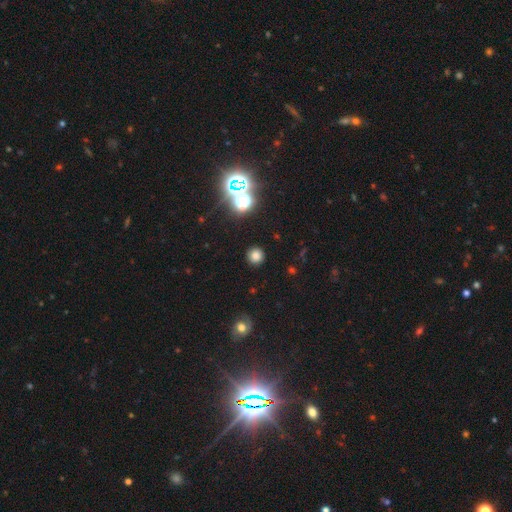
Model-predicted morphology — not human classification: Smooth or featured?
  - smooth: 75% *
  - star or artifact: 19%
  - featured or disk: 6%
How rounded?
  - round: 93% *
  - in between: 6%
  - cigar-shaped: 1%
Merging?
  - none: 90% *
  - minor disturbance: 6%
  - major disturbance: 2%
  - merger: 1%